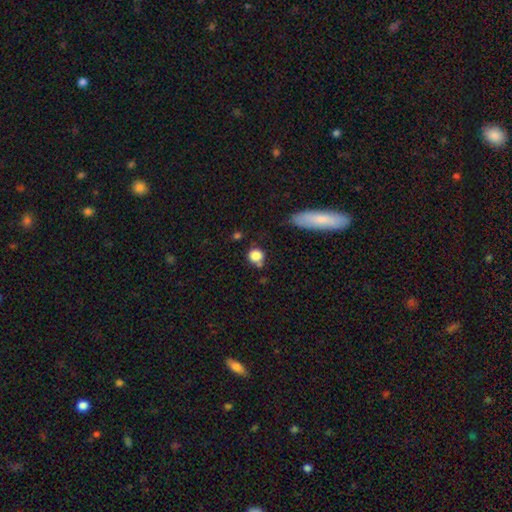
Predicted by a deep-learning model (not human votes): smooth_or_featured: smooth (p=0.83) [alt: star or artifact p=0.10]
how_rounded: round (p=0.85) [alt: in between p=0.14]
merging: none (p=0.63) [alt: minor disturbance p=0.18]